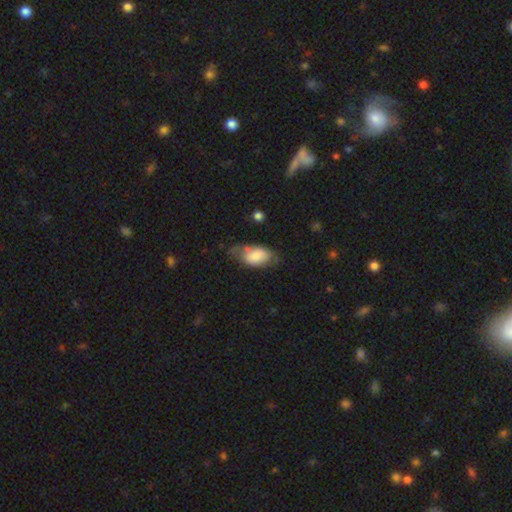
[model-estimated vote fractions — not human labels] A smooth galaxy with no disk features (72%) that is in between round and cigar-shaped (92%).

Vote fractions:
- Smooth or featured? smooth: 72% / featured or disk: 21% / star or artifact: 7%
- How rounded? in between: 92% / round: 6% / cigar-shaped: 3%
- Merging? none: 46% / minor disturbance: 33% / major disturbance: 16% / merger: 5%